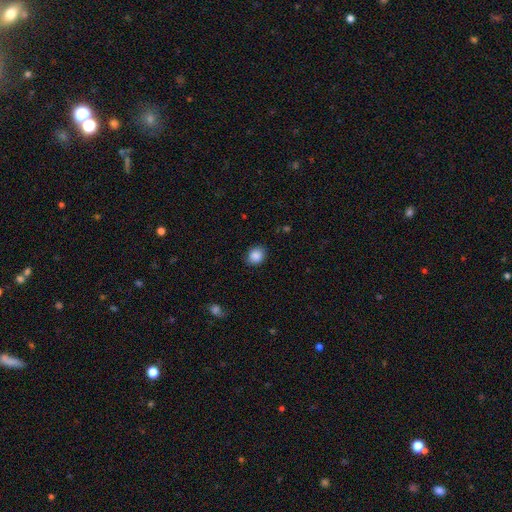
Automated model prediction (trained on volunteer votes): Smooth or featured? Predicted: smooth (p=0.88). How rounded? Predicted: round (p=0.62). Merging? Predicted: none (p=0.85).